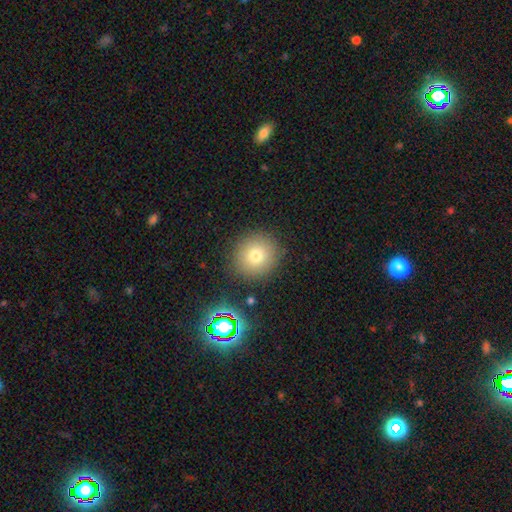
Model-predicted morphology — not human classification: Q: Smooth or featured?
A: smooth (75%); runner-up: star or artifact (15%)
Q: How rounded?
A: round (92%); runner-up: in between (7%)
Q: Merging?
A: none (87%); runner-up: minor disturbance (7%)